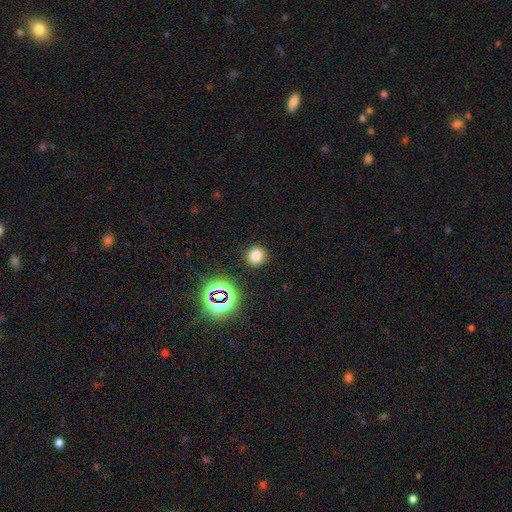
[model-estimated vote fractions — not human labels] A smooth galaxy with no disk features (75%) that is round (88%).

Vote fractions:
- Smooth or featured? smooth: 75% / star or artifact: 19% / featured or disk: 6%
- How rounded? round: 88% / in between: 11% / cigar-shaped: 1%
- Merging? none: 88% / minor disturbance: 7% / major disturbance: 3% / merger: 2%